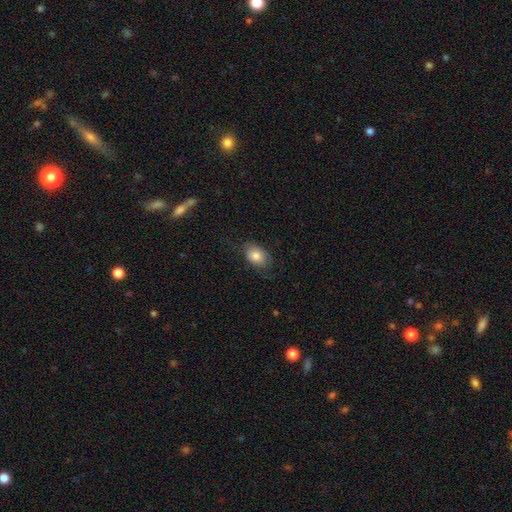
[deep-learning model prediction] Morphology: type=smooth (79%); roundness=in between (82%); merging=none (70%).